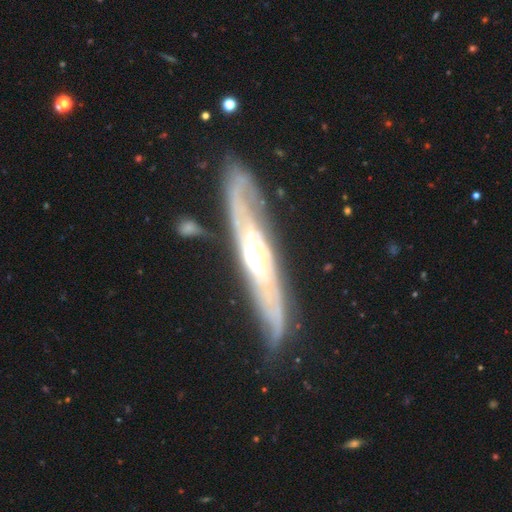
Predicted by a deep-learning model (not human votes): Smooth or featured? featured or disk (83%)
Edge-on disk? yes (52%)
Merging? none (78%)